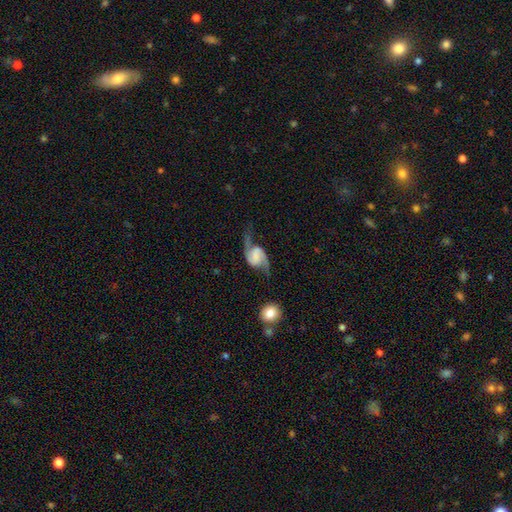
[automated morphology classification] A featured or disk galaxy (85%) with a weak bar (41%), 2 (93%) loose (63%) spiral arms (96%) and no central bulge (57%).

Vote fractions:
- Smooth or featured? featured or disk: 85% / smooth: 9% / star or artifact: 6%
- Edge-on disk? no: 98% / yes: 2%
- Bar? weak: 41% / no: 36% / strong: 23%
- Spiral arms? yes: 96% / no: 4%
- Spiral winding? loose: 63% / medium: 30% / tight: 7%
- Spiral arm count? 2: 93% / 1: 2% / can't tell: 2% / 3: 1% / 4: 1% / more than 4: 1%
- Bulge size? none: 57% / small: 16% / large: 11% / moderate: 11% / dominant: 4%
- Merging? none: 61% / minor disturbance: 19% / major disturbance: 15% / merger: 4%